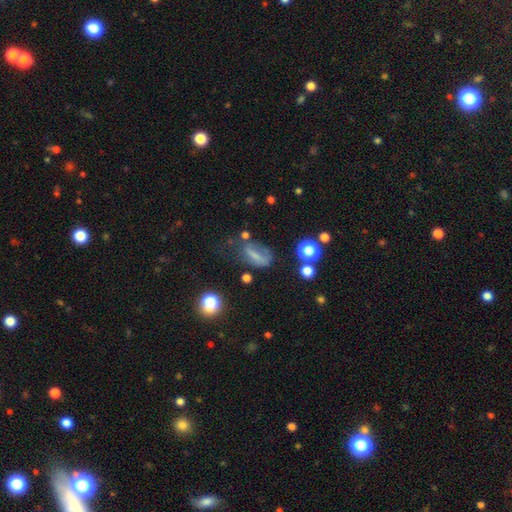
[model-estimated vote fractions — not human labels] This is possibly a smooth galaxy (55%). How rounded: likely in between (74%). Merging: marginally none (39%).